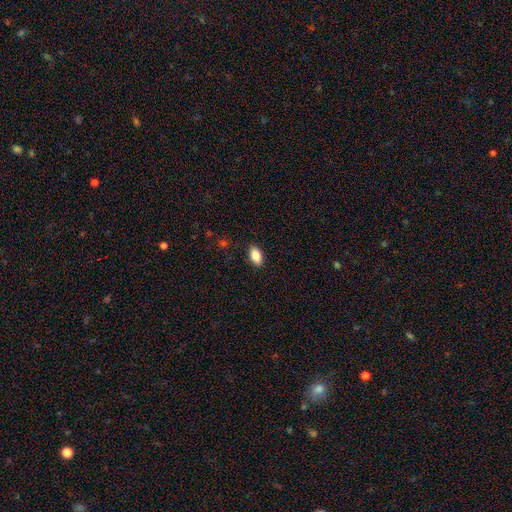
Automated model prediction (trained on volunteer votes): This appears to be a smooth galaxy with no disk features (85%) that is in between round and cigar-shaped (91%). Merging: none (87%).